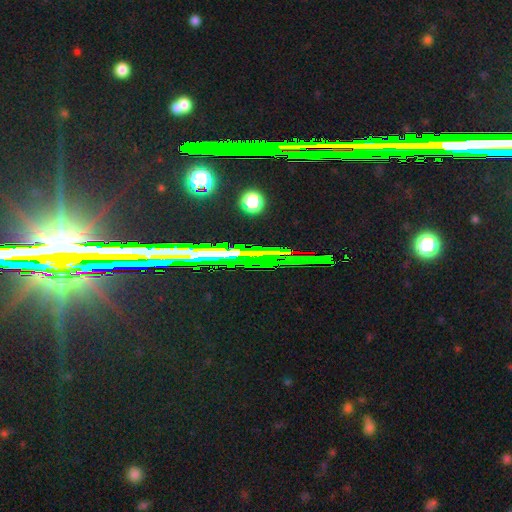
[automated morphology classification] Smooth or featured: star or artifact — 79% (featured or disk — 12%)